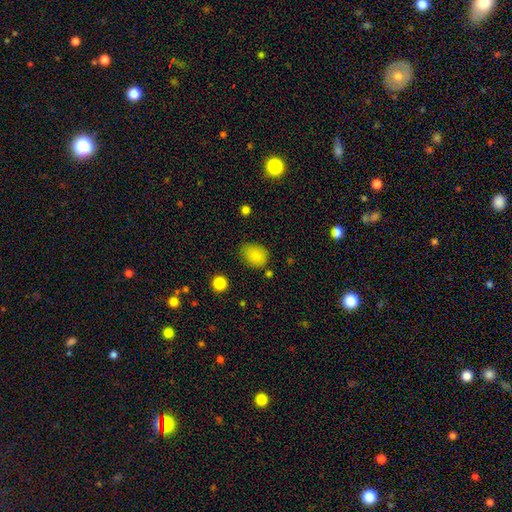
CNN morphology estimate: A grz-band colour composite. It shows a smooth galaxy with no disk features (84%) that is in between round and cigar-shaped (60%). Merging: none (69%).